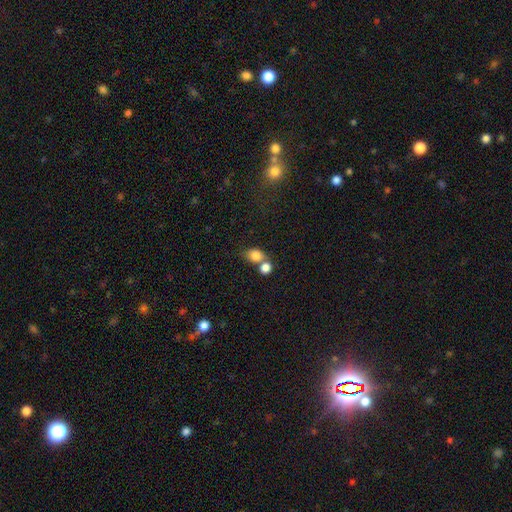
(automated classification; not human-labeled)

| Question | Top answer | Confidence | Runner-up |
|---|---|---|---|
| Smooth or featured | smooth | 82% | star or artifact (10%) |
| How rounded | round | 49% | tied: in between (49%) |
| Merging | merger | 50% | none (36%) |